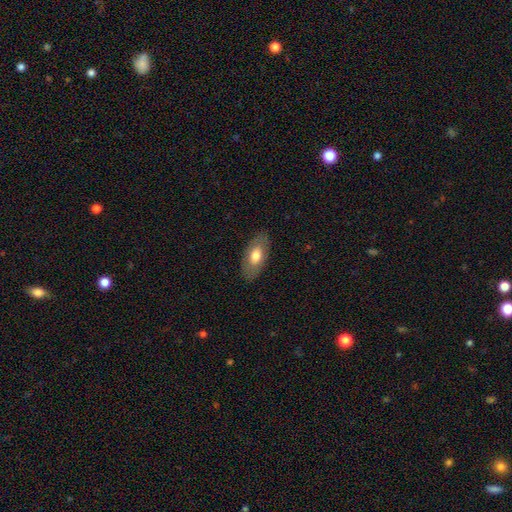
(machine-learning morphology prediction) smooth 68%, featured or disk 26%, star or artifact 6%. Down the decision tree: how rounded — in between (92%); merging — none (85%).